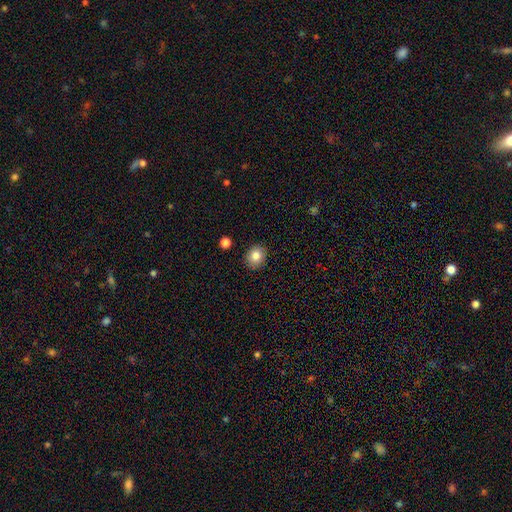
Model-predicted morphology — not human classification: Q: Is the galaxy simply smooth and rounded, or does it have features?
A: smooth — 83%.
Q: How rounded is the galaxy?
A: round — 73%.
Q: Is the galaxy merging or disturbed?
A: none — 89%.